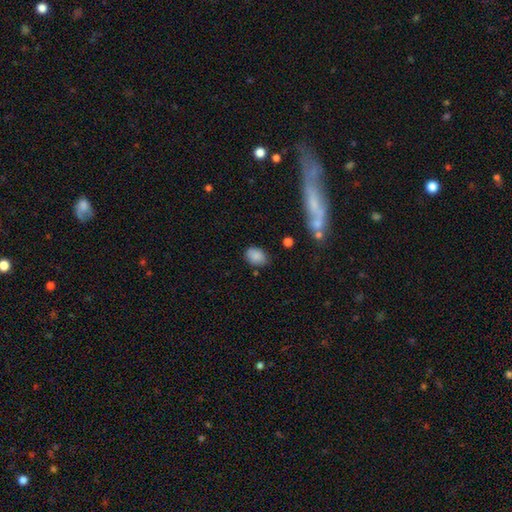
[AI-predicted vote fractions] smooth 85%, star or artifact 9%, featured or disk 6%. Down the decision tree: how rounded — in between (75%); merging — none (74%).